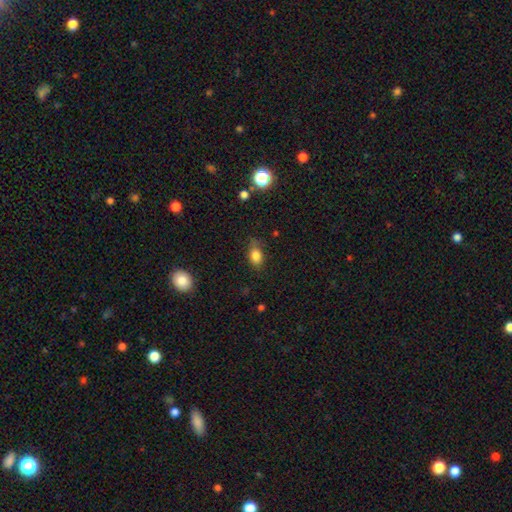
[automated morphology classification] smooth-or-featured: smooth: 82% | star or artifact: 11% | featured or disk: 7%
  how-rounded: in between: 79% | round: 19% | cigar-shaped: 2%
  merging: none: 68% | minor disturbance: 24% | major disturbance: 6% | merger: 2%